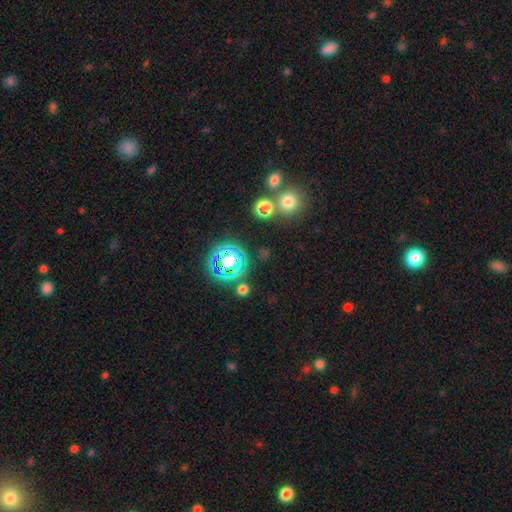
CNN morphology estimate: smooth_or_featured: star or artifact (p=0.67) [alt: smooth p=0.25]